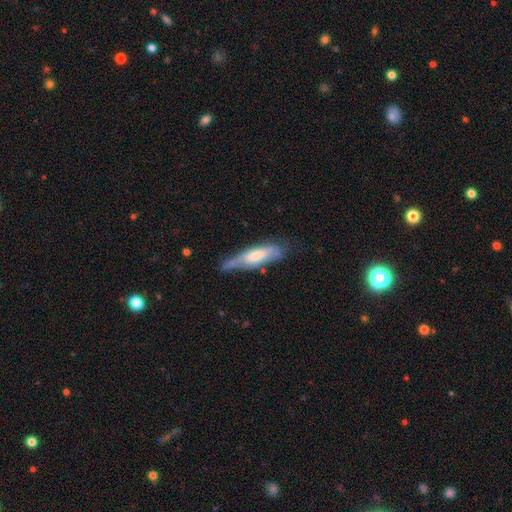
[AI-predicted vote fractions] Overall: featured or disk (49%; smooth 45%). Merging: none (48%; minor disturbance 34%).